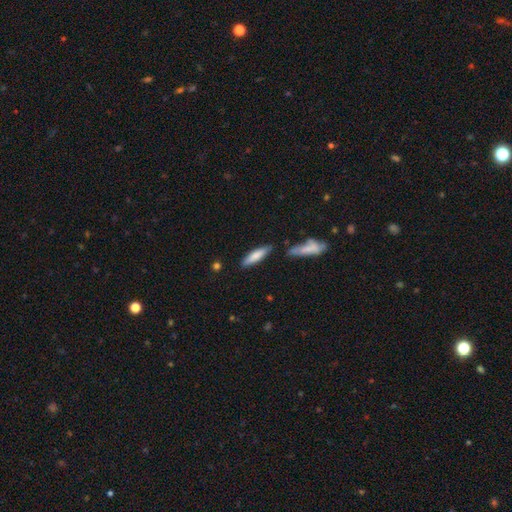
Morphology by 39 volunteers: Smooth or featured?
  - smooth: 67% *
  - featured or disk: 31%
  - star or artifact: 3%
How rounded?
  - cigar-shaped: 58% *
  - in between: 42%
  - round: 0%
Merging?
  - none: 74% *
  - merger: 16%
  - minor disturbance: 11%
  - major disturbance: 0%